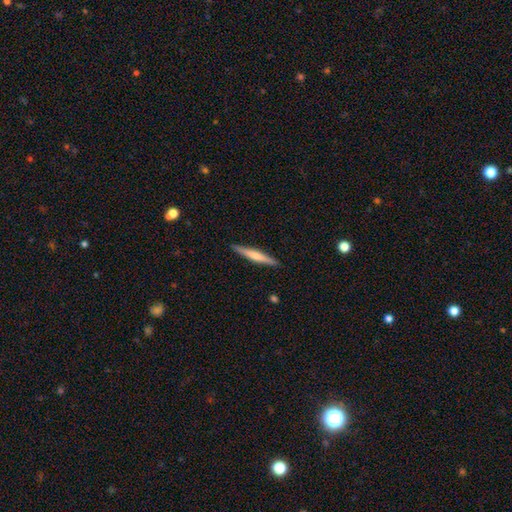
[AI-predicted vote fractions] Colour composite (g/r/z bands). It shows a smooth galaxy with no disk features (49%). Merging: none (91%).